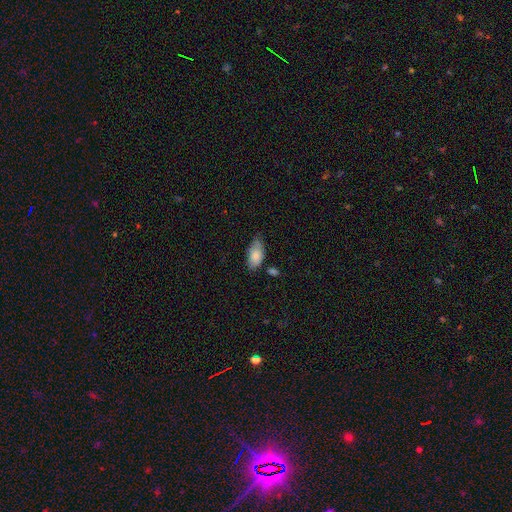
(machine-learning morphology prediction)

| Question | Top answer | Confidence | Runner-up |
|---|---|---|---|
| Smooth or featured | smooth | 82% | featured or disk (11%) |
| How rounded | in between | 93% | cigar-shaped (4%) |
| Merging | none | 57% | minor disturbance (32%) |